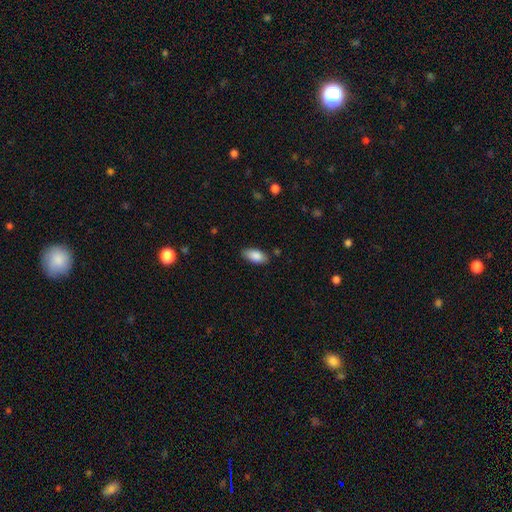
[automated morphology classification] A smooth galaxy with no disk features (87%) that is in between round and cigar-shaped (92%).

Vote fractions:
- Smooth or featured? smooth: 87% / star or artifact: 7% / featured or disk: 6%
- How rounded? in between: 92% / cigar-shaped: 6% / round: 2%
- Merging? none: 83% / minor disturbance: 13% / major disturbance: 3% / merger: 1%